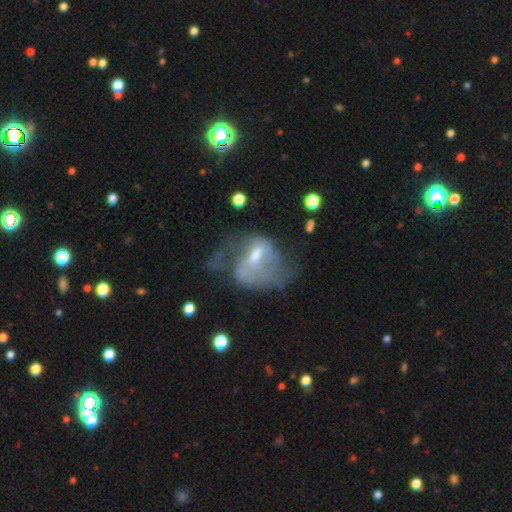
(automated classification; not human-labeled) This appears to be a featured or disk galaxy (63%) with no bar (45%), spiral arms (54%) and a moderate central bulge (47%). Merging: major disturbance (43%).